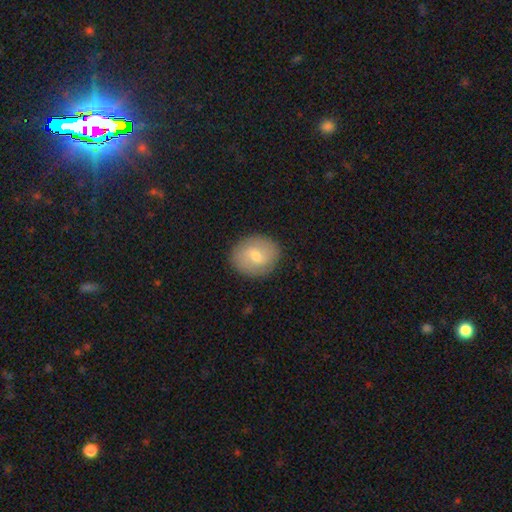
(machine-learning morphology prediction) smooth 64%, featured or disk 28%, star or artifact 8%. Down the decision tree: how rounded — round (73%); merging — none (88%).